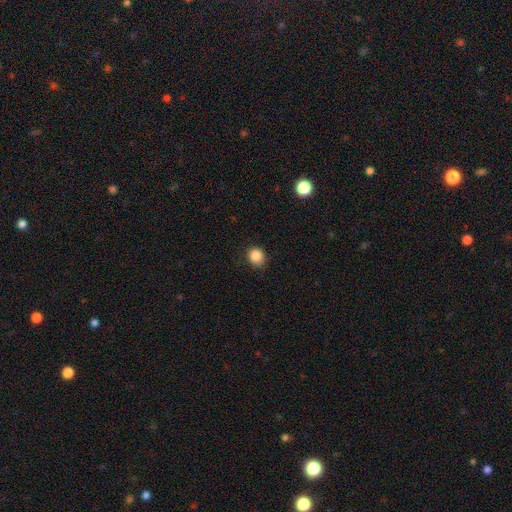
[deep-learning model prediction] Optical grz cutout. It shows a smooth galaxy with no disk features (86%) that is round (80%). Merging: none (81%).